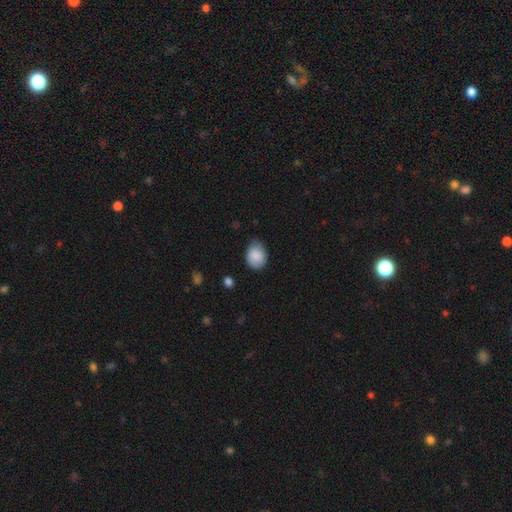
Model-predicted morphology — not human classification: Smooth or featured? smooth (87%)
How rounded? in between (62%)
Merging? none (68%)